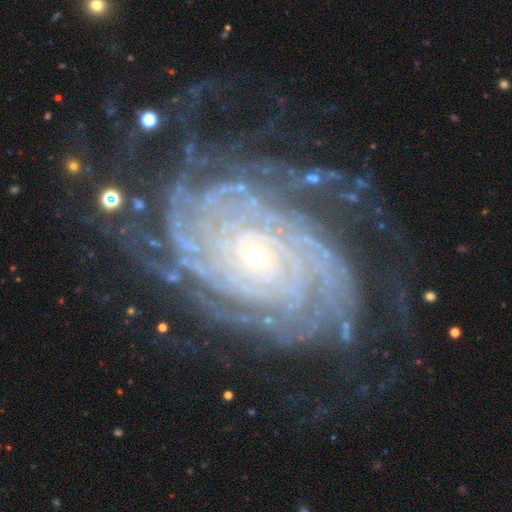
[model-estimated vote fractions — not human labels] This is clearly a featured or disk galaxy (92%). It is clearly not viewed edge-on (97%). Bar: likely no (71%). Spiral arm pattern: clearly yes (98%). Spiral arm count: marginally more than 4 (36%). Spiral winding: clearly tight (86%). Central bulge: clearly small (81%). Merging: likely none (73%).